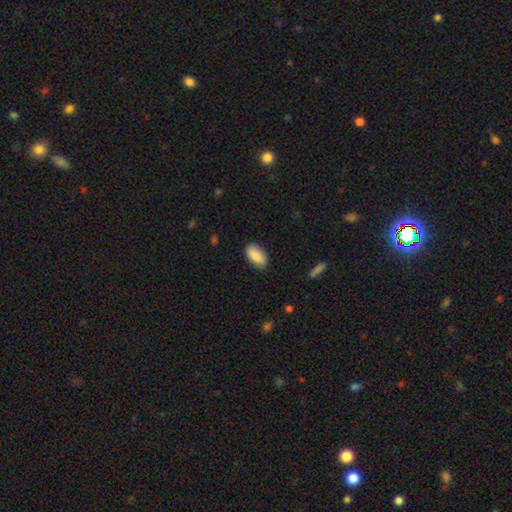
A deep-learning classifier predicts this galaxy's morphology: This is clearly a smooth galaxy (88%). How rounded: clearly in between (93%). Merging: clearly none (86%).